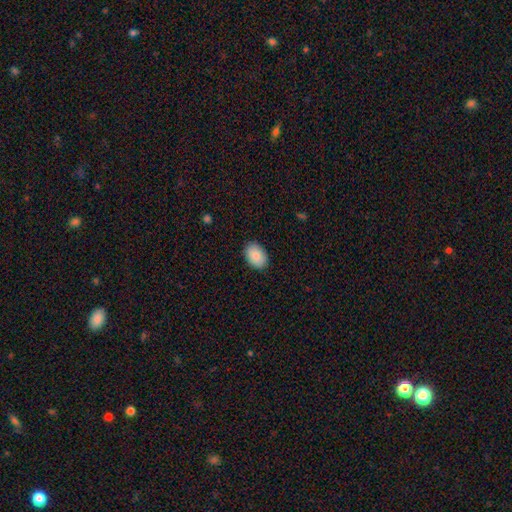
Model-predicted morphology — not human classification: Smooth or featured: smooth — 87% (star or artifact — 7%)
How rounded: in between — 86% (round — 13%)
Merging: none — 89% (minor disturbance — 8%)